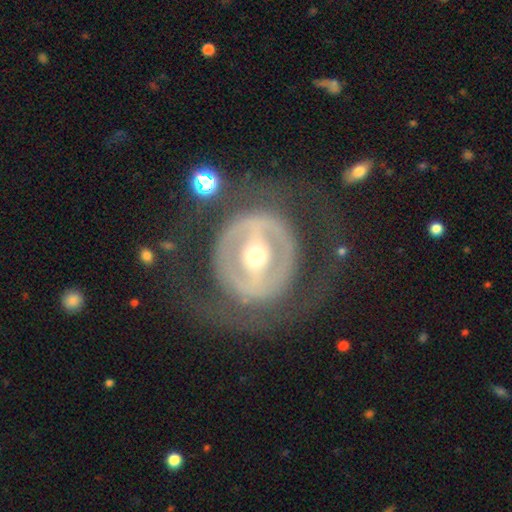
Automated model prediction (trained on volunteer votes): Overall: featured or disk (79%). Edge-on disk: no (94%). Bar: strong (60%; weak 25%). Spiral arms: no (67%; yes 33%). Bulge size: moderate (56%; small 38%). Merging: none (67%).